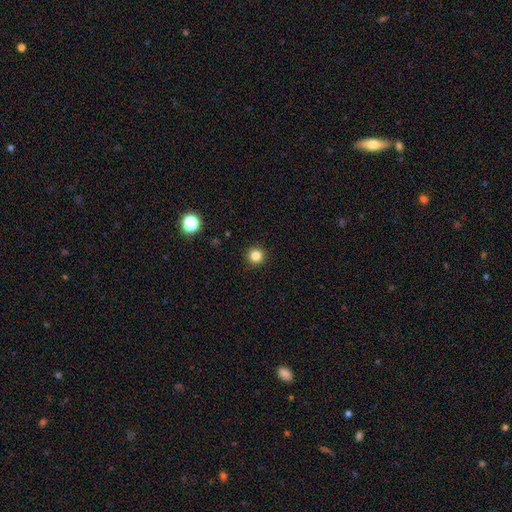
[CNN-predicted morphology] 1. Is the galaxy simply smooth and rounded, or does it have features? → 83% smooth, 13% star or artifact, 4% featured or disk.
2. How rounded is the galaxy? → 96% round, 3% in between, 1% cigar-shaped.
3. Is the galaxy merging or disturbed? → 93% none, 5% minor disturbance, 2% major disturbance, 1% merger.